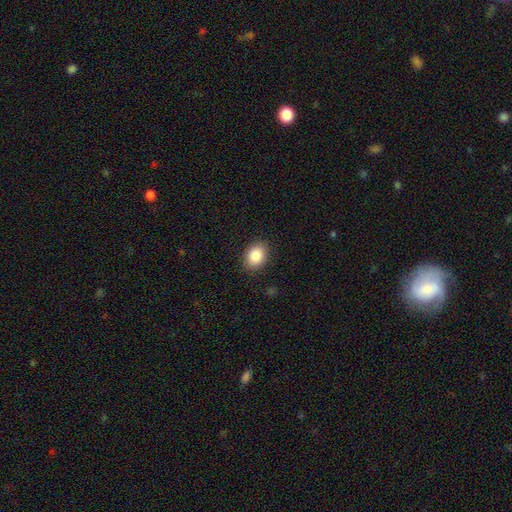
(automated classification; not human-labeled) Overall: smooth (86%). How rounded: in between (68%; round 31%). Merging: none (88%).